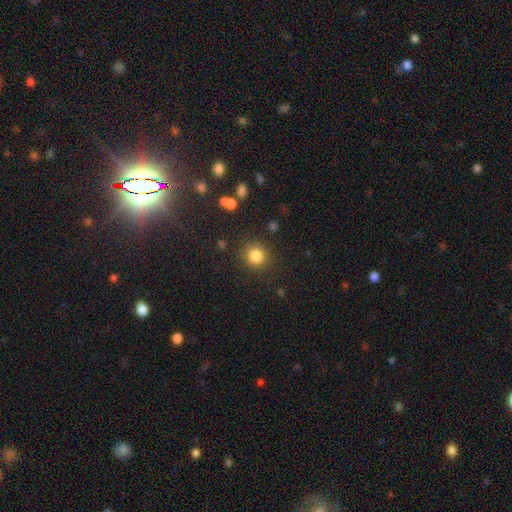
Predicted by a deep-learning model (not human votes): Smooth or featured?
  - smooth: 84% *
  - star or artifact: 12%
  - featured or disk: 5%
How rounded?
  - round: 88% *
  - in between: 11%
  - cigar-shaped: 1%
Merging?
  - none: 86% *
  - minor disturbance: 8%
  - major disturbance: 4%
  - merger: 3%